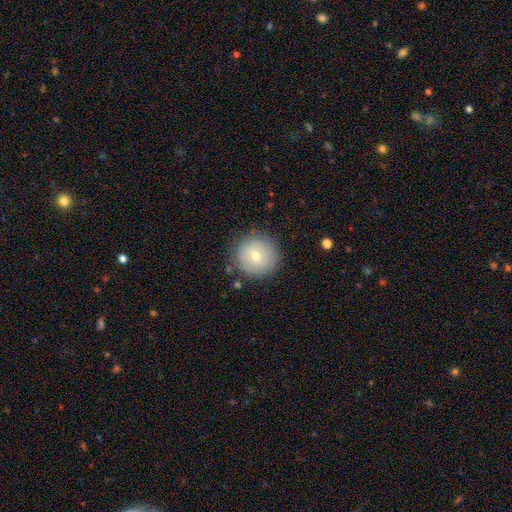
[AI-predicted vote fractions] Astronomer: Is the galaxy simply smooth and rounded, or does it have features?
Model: smooth — 70%.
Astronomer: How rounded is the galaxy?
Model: round — 95%.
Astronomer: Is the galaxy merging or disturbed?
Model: none — 87%.